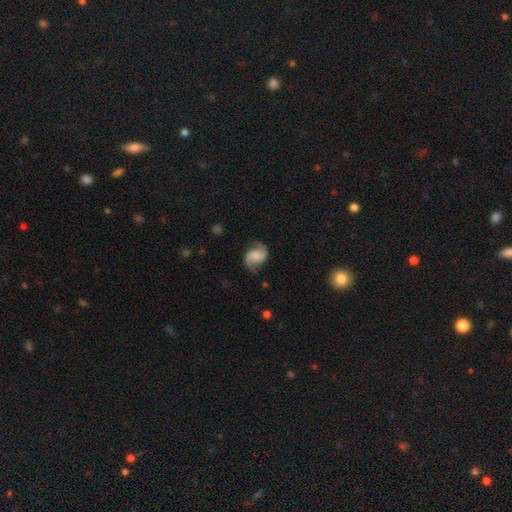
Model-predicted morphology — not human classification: A featured or disk galaxy (84%) with no bar (53%), 2 (93%) medium (48%) spiral arms (97%) and no central bulge (48%). Merging: none (79%).